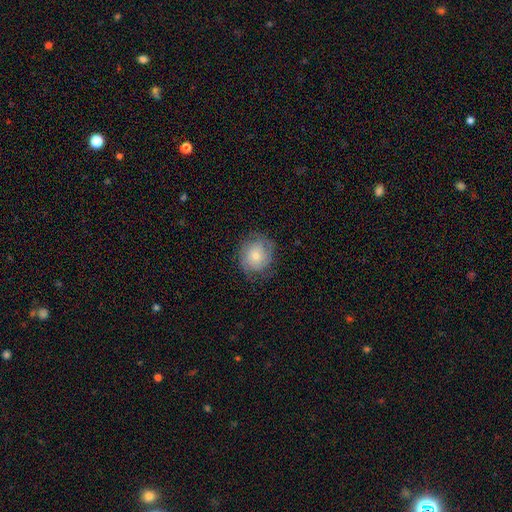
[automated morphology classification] A smooth galaxy with no disk features (54%) that is round (82%).

Vote fractions:
- Smooth or featured? smooth: 54% / featured or disk: 39% / star or artifact: 8%
- How rounded? round: 82% / in between: 17% / cigar-shaped: 1%
- Merging? none: 72% / minor disturbance: 19% / major disturbance: 8% / merger: 1%